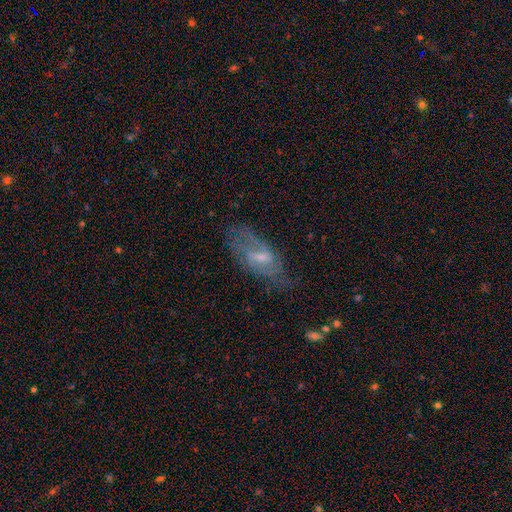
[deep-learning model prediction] smooth_or_featured: featured or disk (p=0.58) [alt: smooth p=0.26]
disk_edge_on: no (p=0.81) [alt: yes p=0.19]
merging: none (p=0.69) [alt: minor disturbance p=0.20]